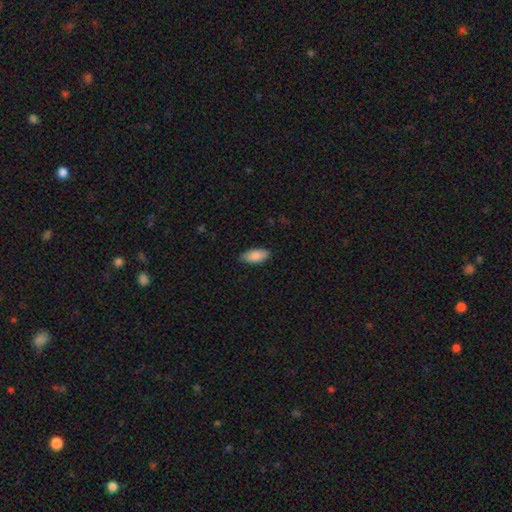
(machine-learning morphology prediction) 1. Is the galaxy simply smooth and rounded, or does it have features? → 88% smooth, 6% featured or disk, 6% star or artifact.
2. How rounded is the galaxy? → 89% in between, 9% cigar-shaped, 2% round.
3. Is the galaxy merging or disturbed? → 85% none, 12% minor disturbance, 2% major disturbance, 1% merger.